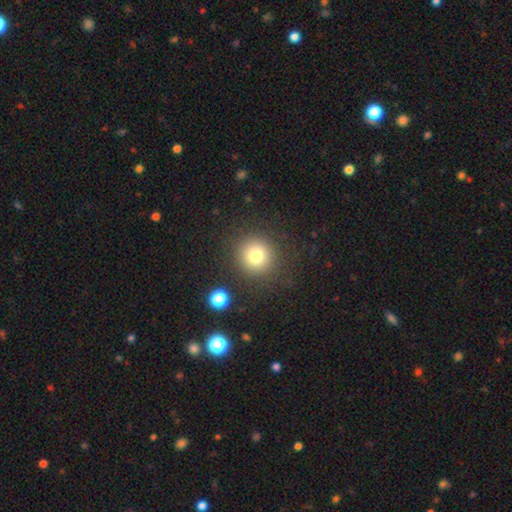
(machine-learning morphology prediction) smooth-or-featured: smooth: 77% | star or artifact: 14% | featured or disk: 9%
  how-rounded: round: 93% | in between: 6% | cigar-shaped: 1%
  merging: none: 87% | minor disturbance: 7% | major disturbance: 4% | merger: 2%